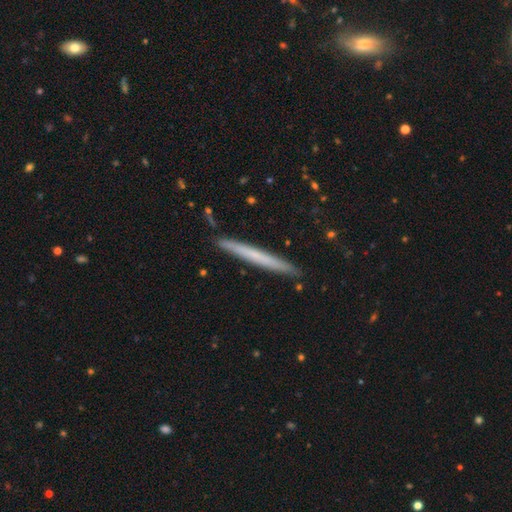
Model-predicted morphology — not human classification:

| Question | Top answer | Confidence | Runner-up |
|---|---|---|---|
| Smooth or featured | smooth | 52% | featured or disk (42%) |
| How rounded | cigar-shaped | 97% | in between (2%) |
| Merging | none | 89% | minor disturbance (8%) |